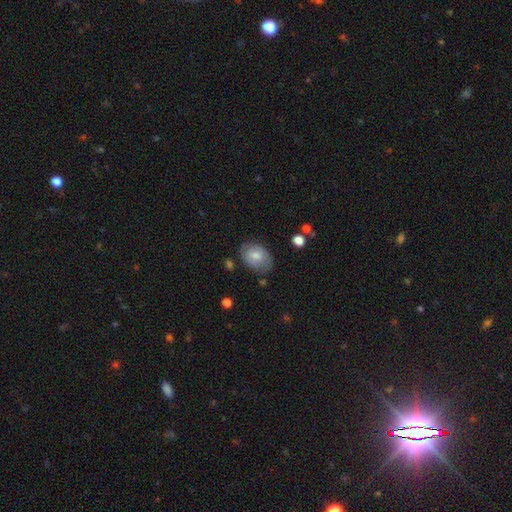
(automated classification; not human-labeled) This appears to be a smooth galaxy with no disk features (73%) that is in between round and cigar-shaped (76%). Merging: none (72%).